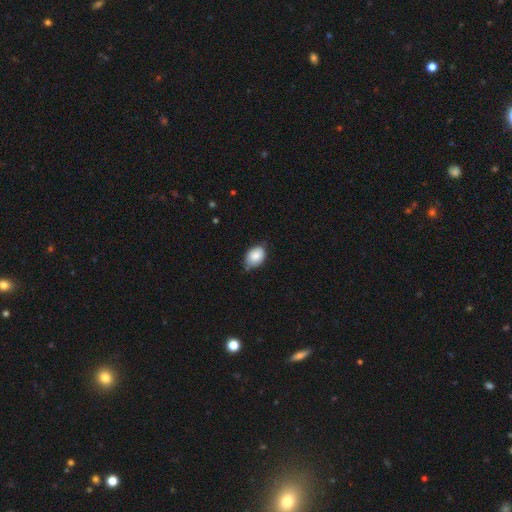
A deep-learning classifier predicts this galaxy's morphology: Q: Smooth or featured?
A: smooth (83%); runner-up: featured or disk (9%)
Q: How rounded?
A: in between (75%); runner-up: round (24%)
Q: Merging?
A: none (58%); runner-up: minor disturbance (36%)